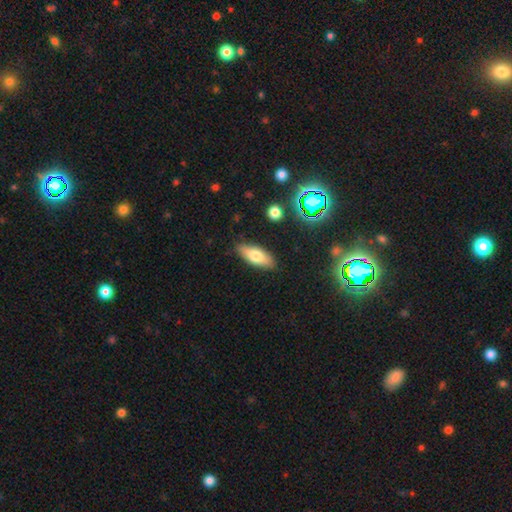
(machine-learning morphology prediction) A smooth galaxy with no disk features (71%) that is in between round and cigar-shaped (73%).

Vote fractions:
- Smooth or featured? smooth: 71% / featured or disk: 21% / star or artifact: 8%
- How rounded? in between: 73% / cigar-shaped: 24% / round: 3%
- Merging? none: 86% / minor disturbance: 10% / major disturbance: 2% / merger: 2%